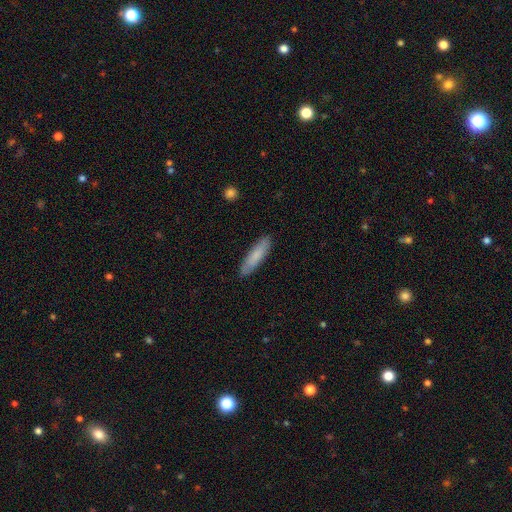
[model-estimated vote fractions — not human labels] Q: Smooth or featured?
A: smooth (80%); runner-up: featured or disk (14%)
Q: How rounded?
A: cigar-shaped (76%); runner-up: in between (23%)
Q: Merging?
A: none (89%); runner-up: minor disturbance (8%)